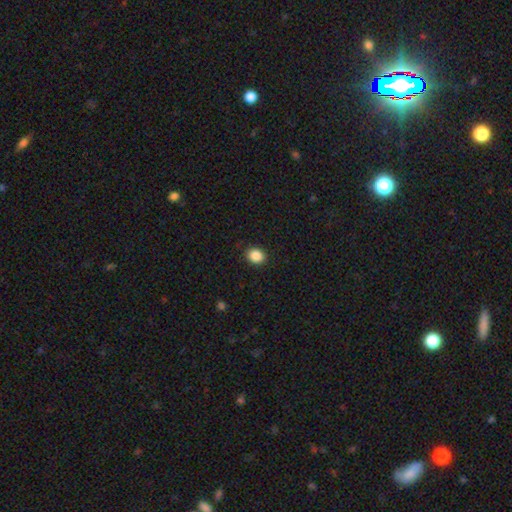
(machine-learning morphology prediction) Q: Smooth or featured?
A: smooth (88%); runner-up: star or artifact (9%)
Q: How rounded?
A: round (60%); runner-up: in between (39%)
Q: Merging?
A: none (91%); runner-up: minor disturbance (6%)